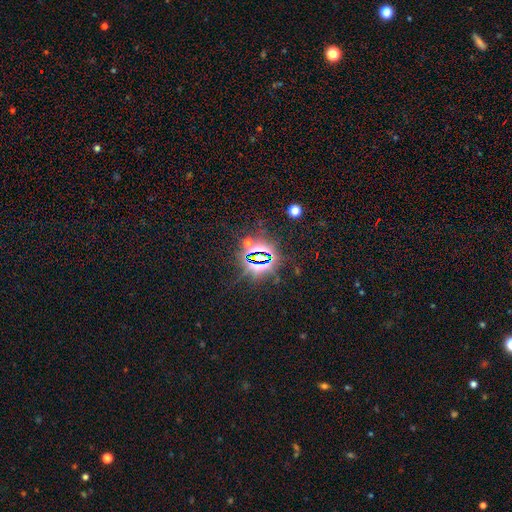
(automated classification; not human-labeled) Smooth or featured: star or artifact — 81% (smooth — 11%)